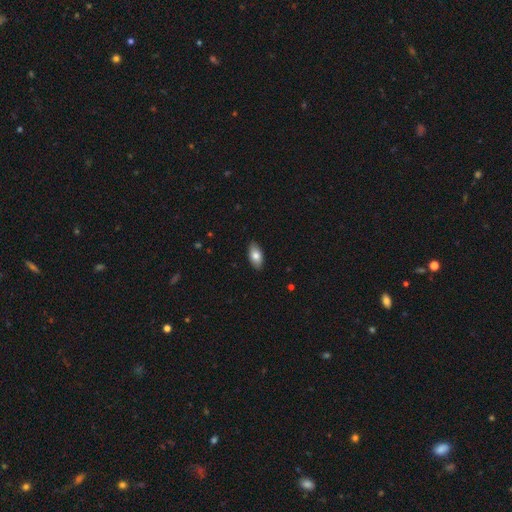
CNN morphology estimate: Overall: smooth (79%). How rounded: in between (92%). Merging: none (88%).